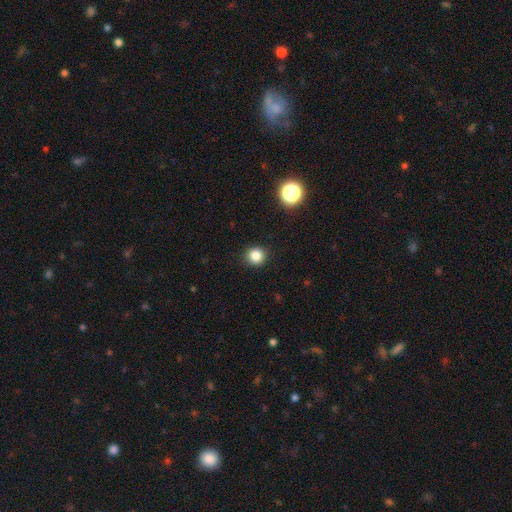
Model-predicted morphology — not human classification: A smooth galaxy with no disk features (83%) that is round (92%).

Vote fractions:
- Smooth or featured? smooth: 83% / star or artifact: 13% / featured or disk: 4%
- How rounded? round: 92% / in between: 7% / cigar-shaped: 1%
- Merging? none: 91% / minor disturbance: 6% / major disturbance: 2% / merger: 1%